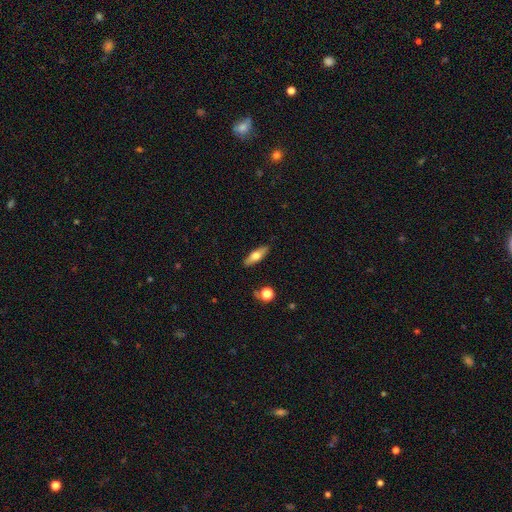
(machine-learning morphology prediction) The model was most divided on "how rounded": in between: 56%, cigar-shaped: 41%, round: 3%. More confident: merging — none (87%); smooth or featured — smooth (58%).